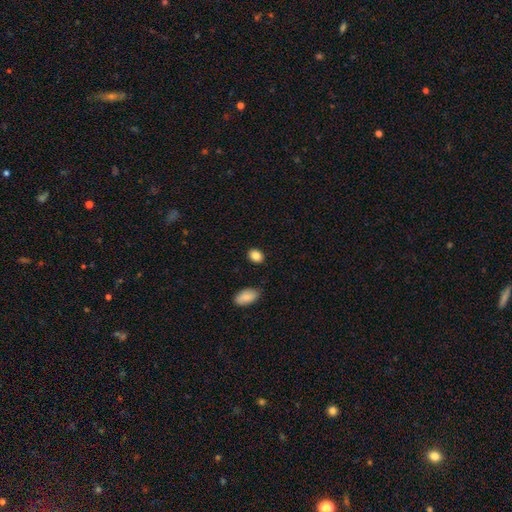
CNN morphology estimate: Smooth or featured?
  - smooth: 86% *
  - star or artifact: 9%
  - featured or disk: 5%
How rounded?
  - in between: 68% *
  - round: 31%
  - cigar-shaped: 1%
Merging?
  - none: 87% *
  - minor disturbance: 9%
  - merger: 2%
  - major disturbance: 2%